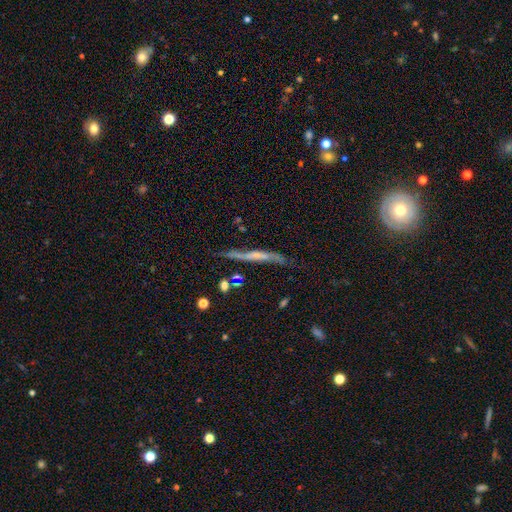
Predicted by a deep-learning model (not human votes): This is likely a featured or disk galaxy (61%). It is clearly viewed edge-on (84%). Edge-on bulge: likely none (66%). Merging: likely none (64%).